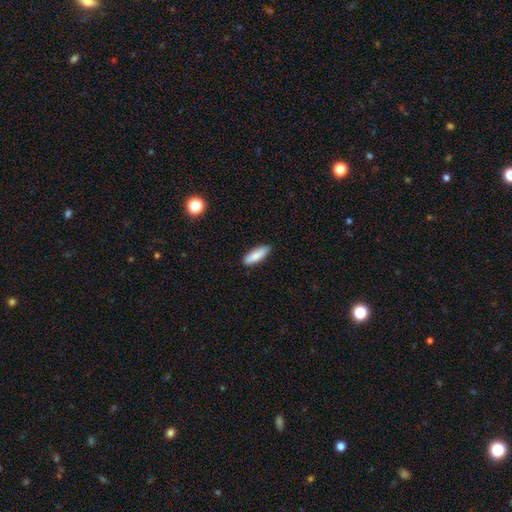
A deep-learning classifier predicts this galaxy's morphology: This is clearly a smooth galaxy (84%). How rounded: possibly in between (54%). Merging: clearly none (86%).